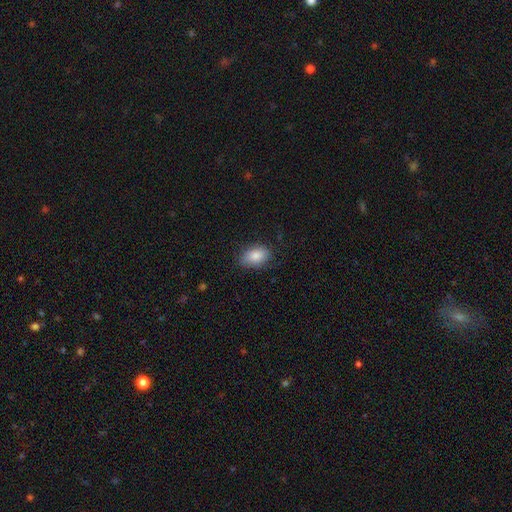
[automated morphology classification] Q: Smooth or featured?
A: smooth (84%); runner-up: featured or disk (9%)
Q: How rounded?
A: in between (89%); runner-up: round (9%)
Q: Merging?
A: none (75%); runner-up: minor disturbance (19%)